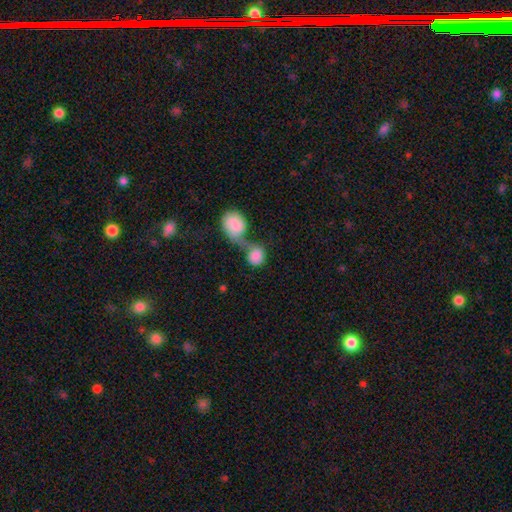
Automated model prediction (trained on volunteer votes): Overall: smooth (84%). How rounded: round (73%). Merging: merger (67%).